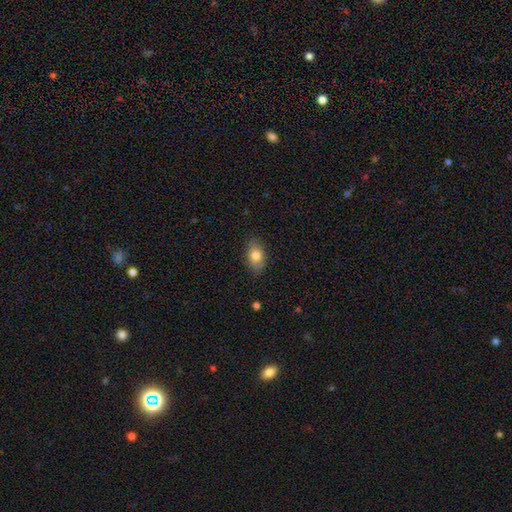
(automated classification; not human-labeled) Morphology: type=smooth (79%); roundness=in between (86%); merging=none (85%).